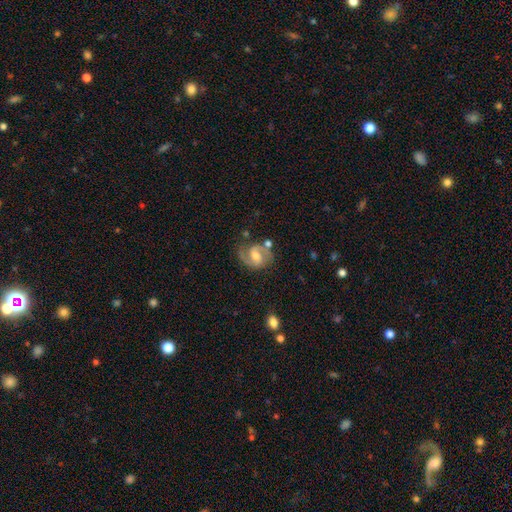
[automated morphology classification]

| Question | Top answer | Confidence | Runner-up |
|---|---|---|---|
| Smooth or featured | featured or disk | 81% | smooth (12%) |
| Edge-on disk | no | 98% | yes (2%) |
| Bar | weak | 54% | no (26%) |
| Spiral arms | yes | 95% | no (5%) |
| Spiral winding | medium | 57% | loose (22%) |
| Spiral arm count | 2 | 88% | can't tell (4%) |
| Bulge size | moderate | 60% | small (32%) |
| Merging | none | 68% | minor disturbance (18%) |